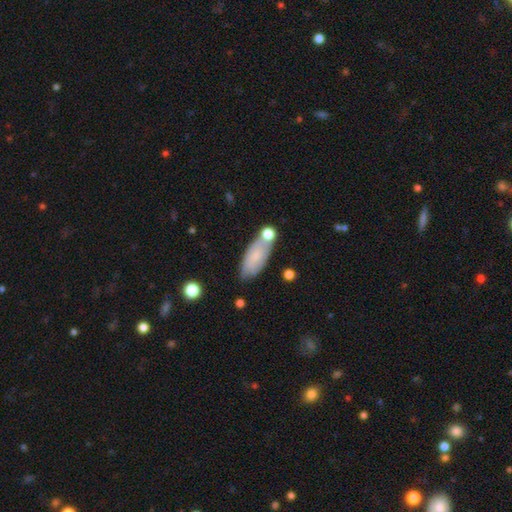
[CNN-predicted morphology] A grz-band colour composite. It shows a smooth galaxy with no disk features (67%) that is in between round and cigar-shaped (75%). Merging: none (61%).